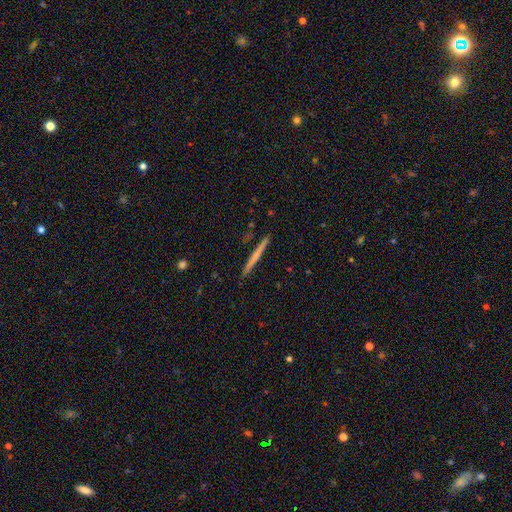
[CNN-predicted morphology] Q: Smooth or featured?
A: smooth (53%); runner-up: featured or disk (42%)
Q: How rounded?
A: cigar-shaped (97%); runner-up: in between (2%)
Q: Merging?
A: none (93%); runner-up: minor disturbance (5%)